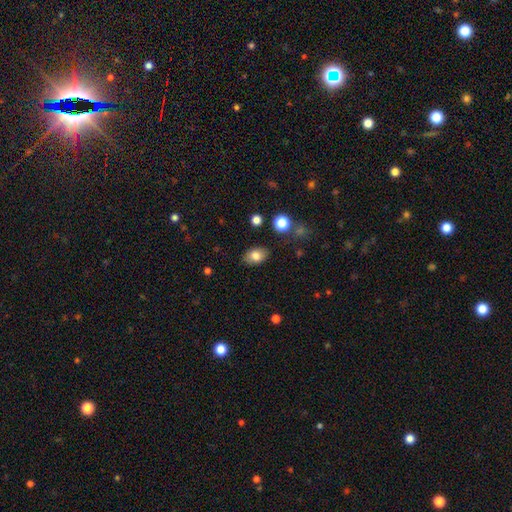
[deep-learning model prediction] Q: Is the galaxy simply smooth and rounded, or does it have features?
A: smooth — 80%.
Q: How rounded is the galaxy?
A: in between — 81%.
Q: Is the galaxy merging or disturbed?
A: none — 84%.